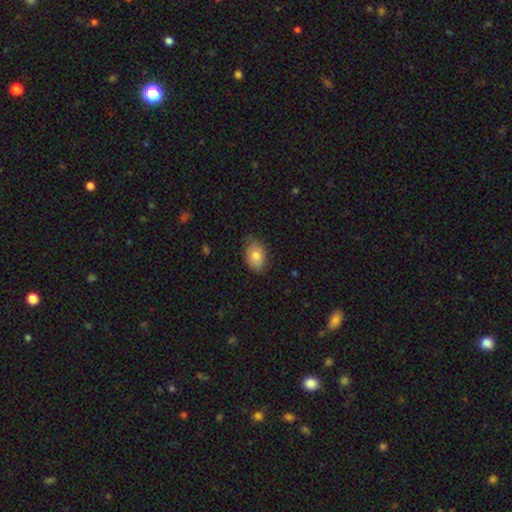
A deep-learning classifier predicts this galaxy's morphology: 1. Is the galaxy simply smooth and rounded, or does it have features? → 80% smooth, 12% featured or disk, 7% star or artifact.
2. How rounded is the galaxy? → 84% in between, 15% round, 1% cigar-shaped.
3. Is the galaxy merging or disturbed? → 77% none, 19% minor disturbance, 3% major disturbance, 1% merger.